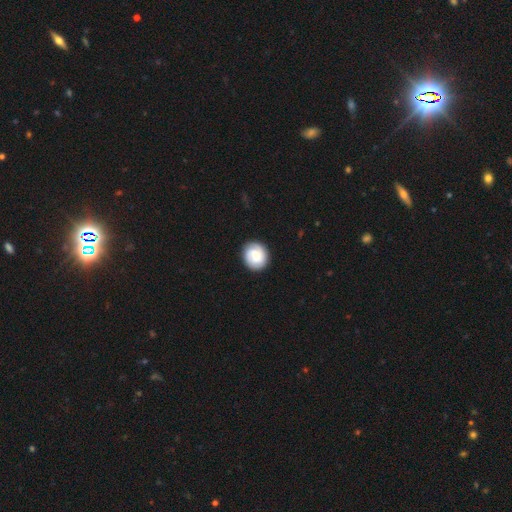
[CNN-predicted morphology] Smooth or featured?
  - smooth: 57% *
  - featured or disk: 36%
  - star or artifact: 7%
How rounded?
  - round: 81% *
  - in between: 18%
  - cigar-shaped: 1%
Merging?
  - none: 86% *
  - minor disturbance: 10%
  - major disturbance: 3%
  - merger: 1%